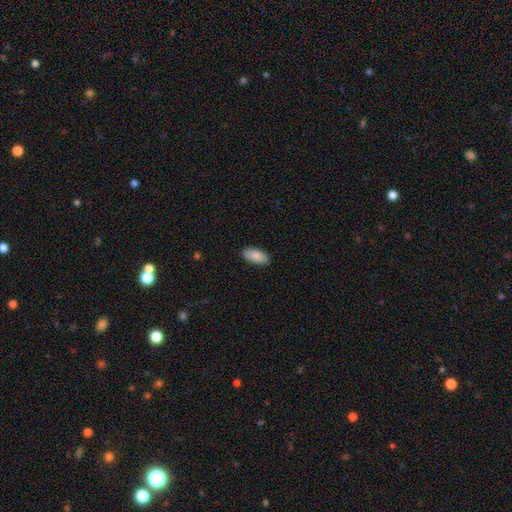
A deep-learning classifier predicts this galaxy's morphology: smooth 88%, star or artifact 6%, featured or disk 6%. Down the decision tree: how rounded — in between (92%); merging — none (89%).